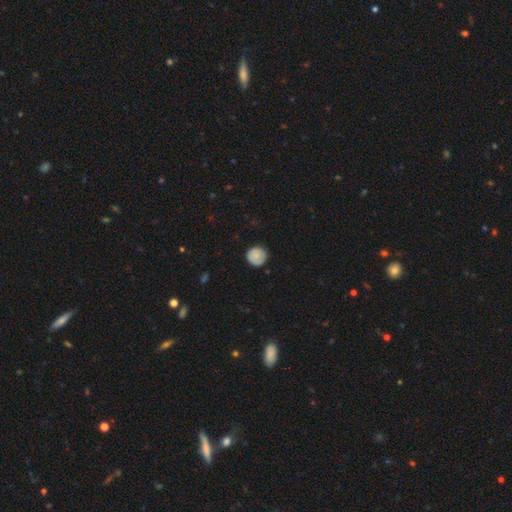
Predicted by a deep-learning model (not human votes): smooth 77%, featured or disk 16%, star or artifact 7%. Down the decision tree: how rounded — round (92%); merging — none (82%).